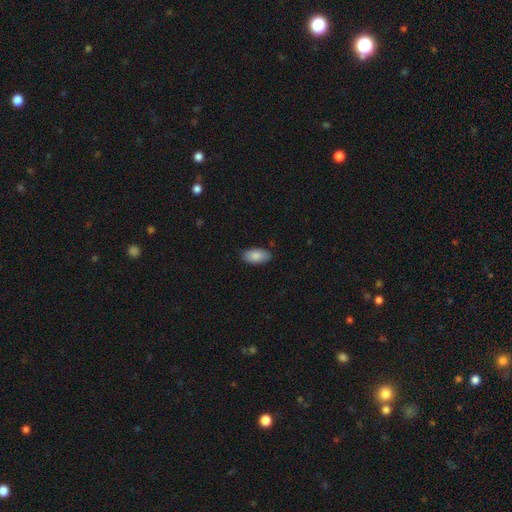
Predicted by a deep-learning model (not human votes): smooth 86%, featured or disk 8%, star or artifact 6%. Down the decision tree: how rounded — in between (95%); merging — none (86%).